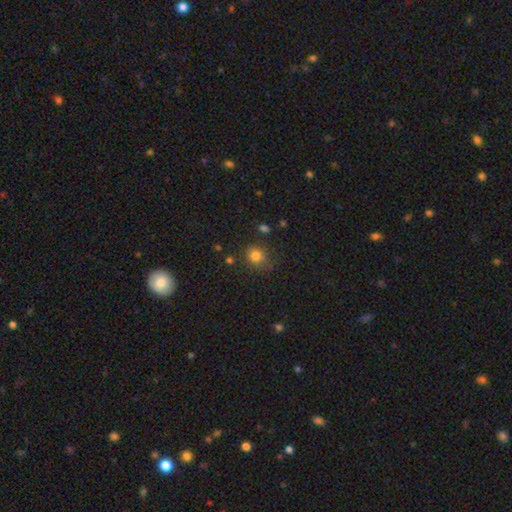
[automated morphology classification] Overall: smooth (80%). How rounded: round (77%). Merging: none (74%).